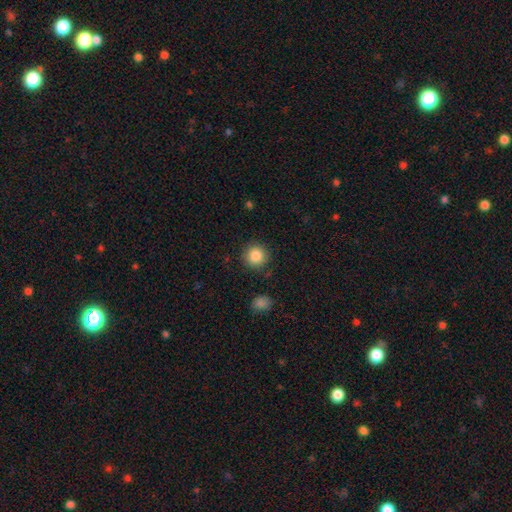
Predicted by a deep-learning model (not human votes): Smooth or featured: smooth — 85% (star or artifact — 9%)
How rounded: round — 94% (in between — 6%)
Merging: none — 88% (minor disturbance — 7%)